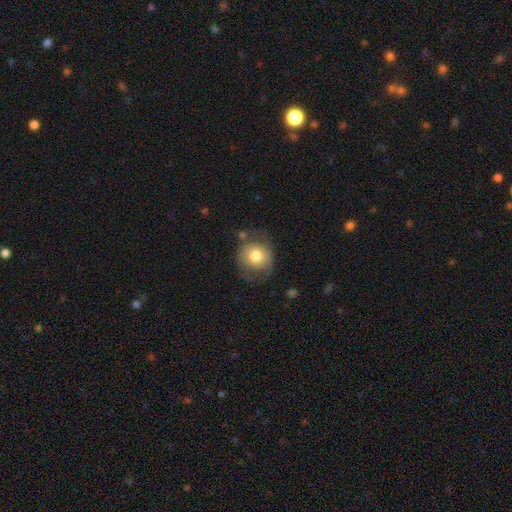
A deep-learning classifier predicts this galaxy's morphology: Overall: smooth (69%). How rounded: round (80%). Merging: none (55%; minor disturbance 25%).